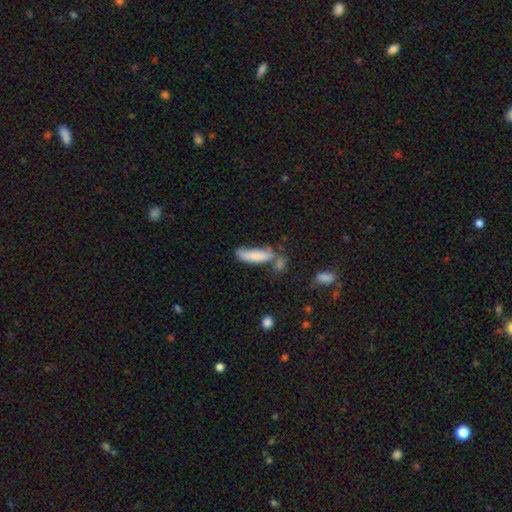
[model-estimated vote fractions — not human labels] The model was most divided on "how rounded": cigar-shaped: 55%, in between: 43%, round: 2%. Remaining: smooth or featured — smooth (78%); merging — none (46%).